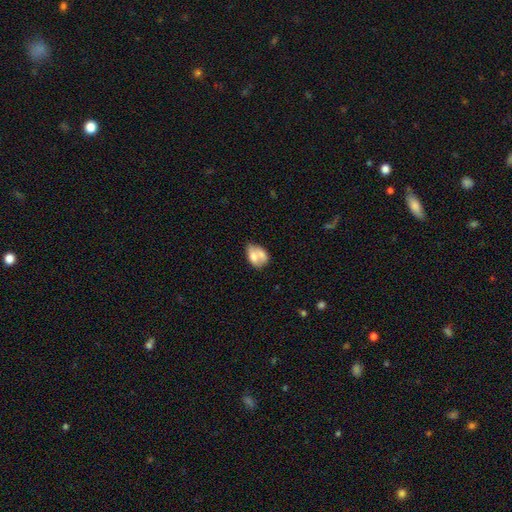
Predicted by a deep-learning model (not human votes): Q: Smooth or featured?
A: smooth (60%); runner-up: featured or disk (32%)
Q: How rounded?
A: in between (78%); runner-up: round (20%)
Q: Merging?
A: merger (51%); runner-up: none (25%)